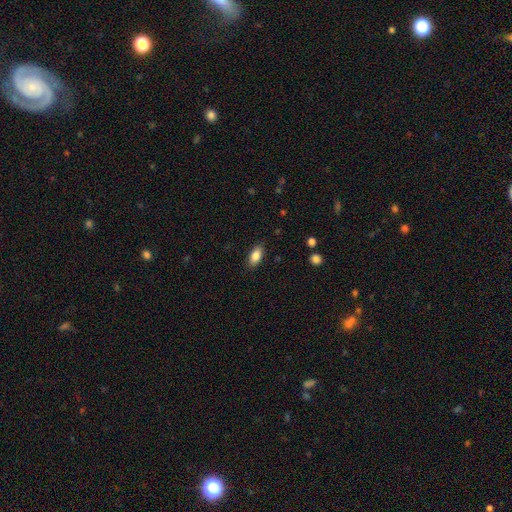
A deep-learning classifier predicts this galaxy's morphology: smooth 85%, featured or disk 7%, star or artifact 7%. Down the decision tree: how rounded — in between (90%); merging — none (87%).